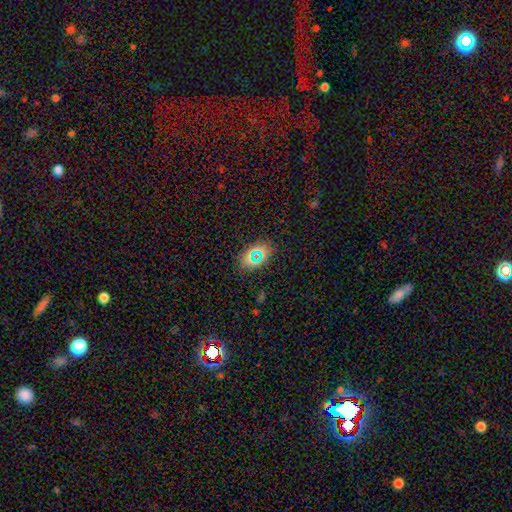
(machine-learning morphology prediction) This is marginally a smooth galaxy (43%). Merging: likely none (79%).